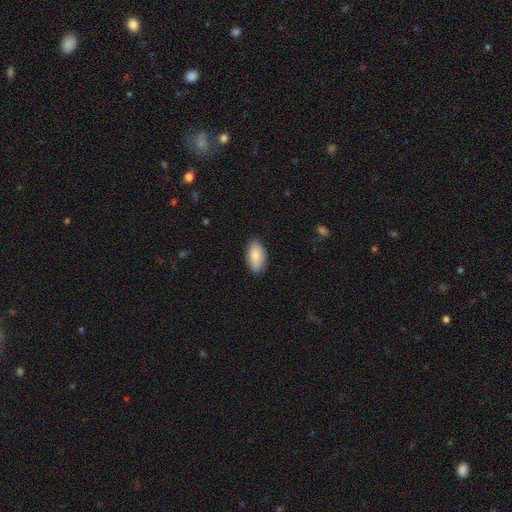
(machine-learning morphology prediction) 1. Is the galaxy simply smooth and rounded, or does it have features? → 83% smooth, 11% featured or disk, 6% star or artifact.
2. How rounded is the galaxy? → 94% in between, 3% cigar-shaped, 3% round.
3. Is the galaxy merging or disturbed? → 84% none, 13% minor disturbance, 2% major disturbance, 1% merger.